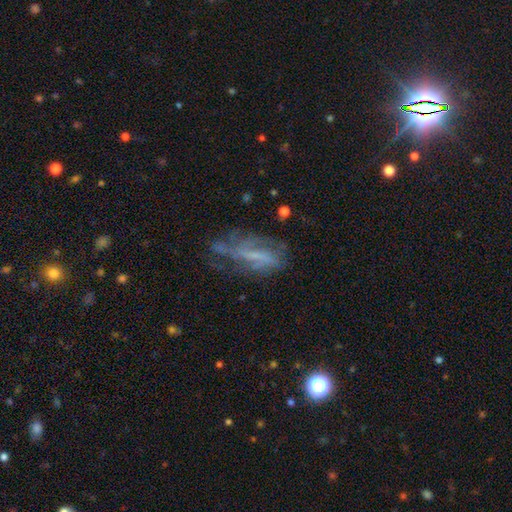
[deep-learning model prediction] The model was most divided on "merging": none: 43%, major disturbance: 27%, minor disturbance: 25%, merger: 5%. More confident: edge-on disk — no (82%); smooth or featured — featured or disk (59%).